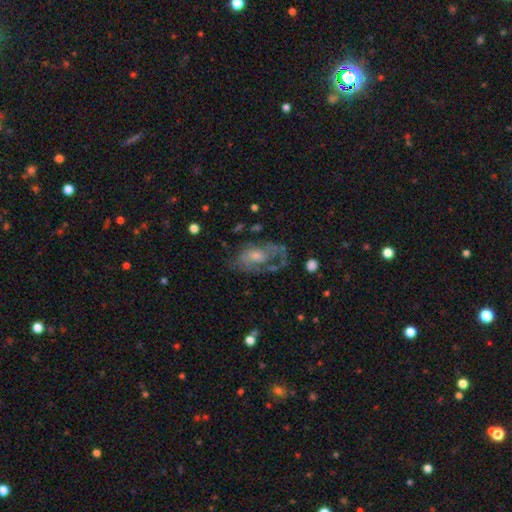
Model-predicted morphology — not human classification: Q: Smooth or featured?
A: featured or disk (64%); runner-up: smooth (25%)
Q: Edge-on disk?
A: no (94%); runner-up: yes (6%)
Q: Bar?
A: no (76%); runner-up: weak (21%)
Q: Spiral arms?
A: yes (60%); runner-up: no (40%)
Q: Bulge size?
A: moderate (46%); runner-up: small (40%)
Q: Merging?
A: none (47%); runner-up: major disturbance (28%)